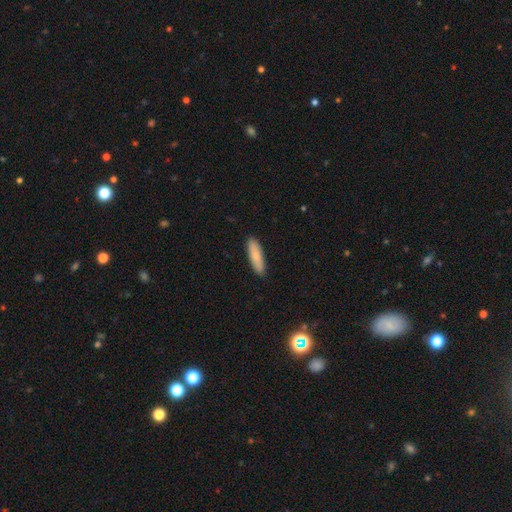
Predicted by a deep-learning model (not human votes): This appears to be a smooth galaxy with no disk features (79%) that is cigar-shaped (64%). Merging: none (91%).